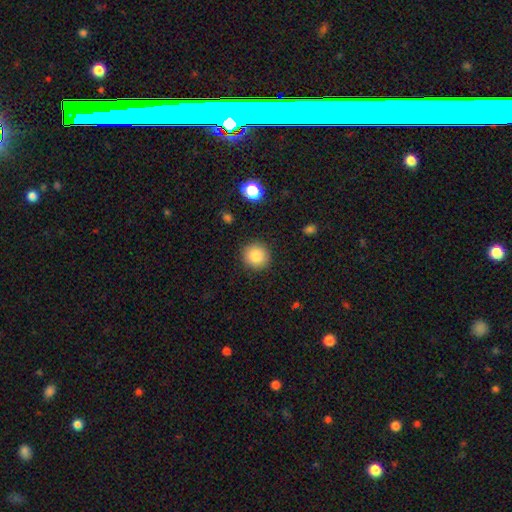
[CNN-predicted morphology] A smooth galaxy with no disk features (86%) that is round (92%). Merging: none (90%).